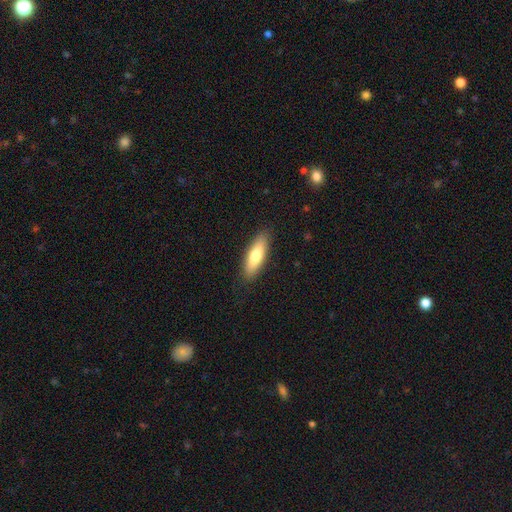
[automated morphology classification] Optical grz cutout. It shows a smooth galaxy with no disk features (72%) that is cigar-shaped (50%). Merging: none (88%).